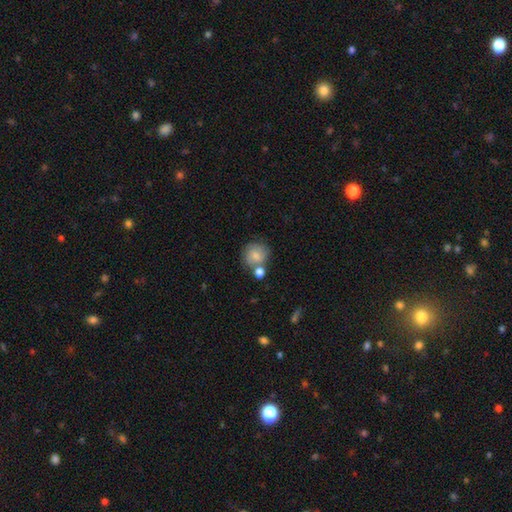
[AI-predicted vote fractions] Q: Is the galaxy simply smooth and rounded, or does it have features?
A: smooth — 71%.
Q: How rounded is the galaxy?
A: round — 82%.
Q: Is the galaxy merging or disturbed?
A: none — 51%.